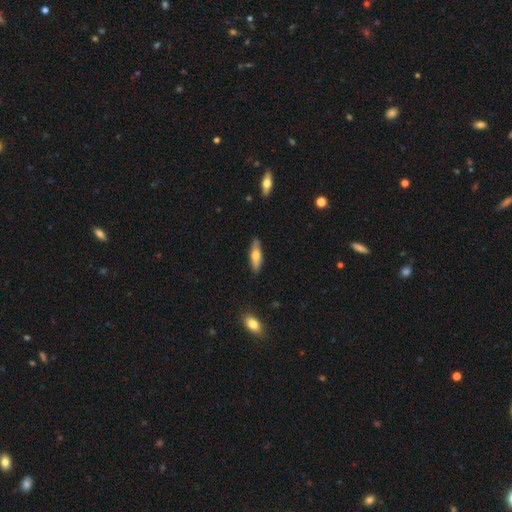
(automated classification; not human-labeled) Smooth or featured? smooth (58%)
How rounded? cigar-shaped (50%)
Merging? none (87%)